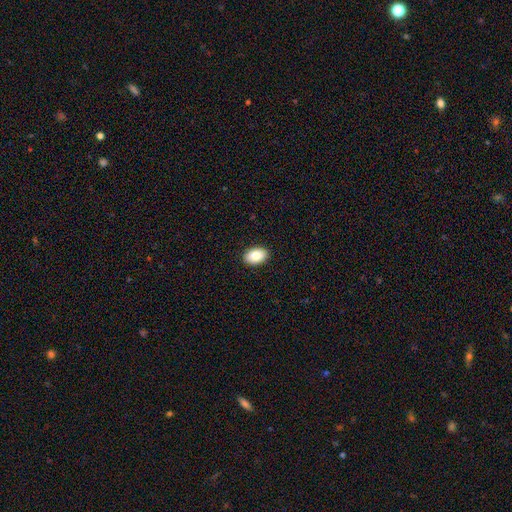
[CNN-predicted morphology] Overall: smooth (83%). How rounded: in between (88%). Merging: none (91%).